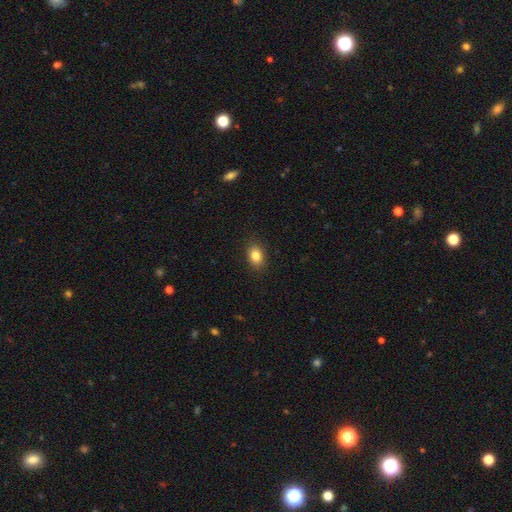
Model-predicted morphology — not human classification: smooth_or_featured: smooth (p=0.84) [alt: star or artifact p=0.09]
how_rounded: in between (p=0.75) [alt: round p=0.23]
merging: none (p=0.89) [alt: minor disturbance p=0.08]